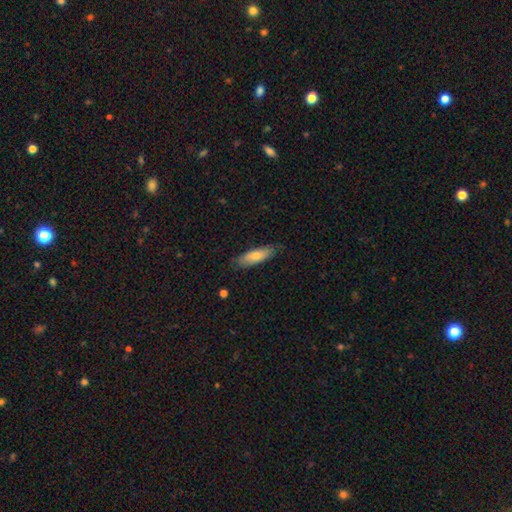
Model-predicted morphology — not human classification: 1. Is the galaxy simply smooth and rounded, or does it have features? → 77% smooth, 18% featured or disk, 6% star or artifact.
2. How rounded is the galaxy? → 54% in between, 44% cigar-shaped, 2% round.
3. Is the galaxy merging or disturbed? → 80% none, 16% minor disturbance, 3% major disturbance, 1% merger.